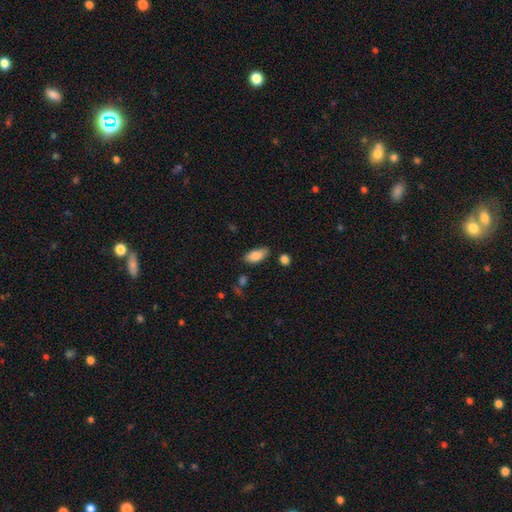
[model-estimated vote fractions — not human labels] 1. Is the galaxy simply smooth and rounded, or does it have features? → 85% smooth, 8% featured or disk, 7% star or artifact.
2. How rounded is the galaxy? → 87% in between, 10% cigar-shaped, 2% round.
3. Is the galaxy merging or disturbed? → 65% none, 26% minor disturbance, 5% major disturbance, 4% merger.